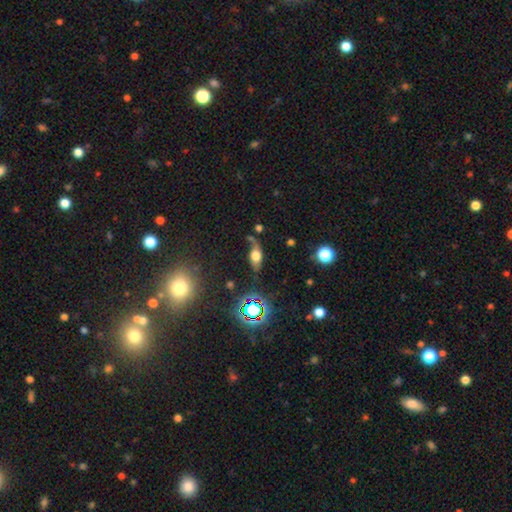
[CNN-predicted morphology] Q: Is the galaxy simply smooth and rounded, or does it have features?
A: smooth — 52%.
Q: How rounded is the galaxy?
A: in between — 72%.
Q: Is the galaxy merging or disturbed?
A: none — 51%.